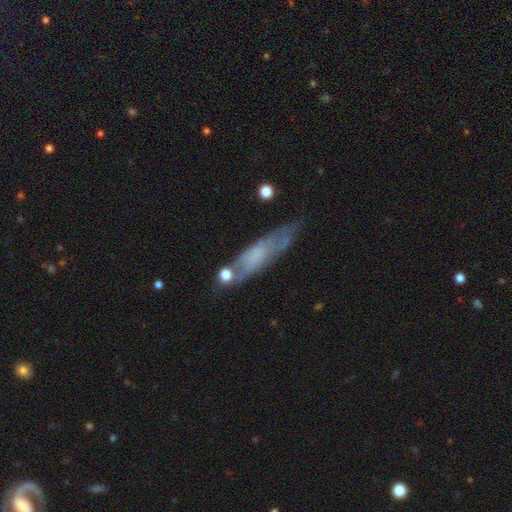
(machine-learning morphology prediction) This appears to be a featured or disk galaxy (51%). Merging: none (57%).